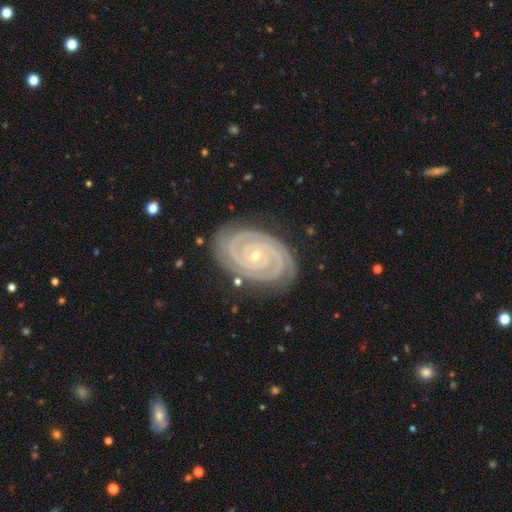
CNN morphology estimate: The model was most divided on "bar": no: 70%, weak: 17%, strong: 13%. More confident: spiral arms — yes (99%); edge-on disk — no (98%); smooth or featured — featured or disk (93%); spiral winding — tight (90%); merging — none (85%); bulge size — small (81%); spiral arm count — 2 (80%).